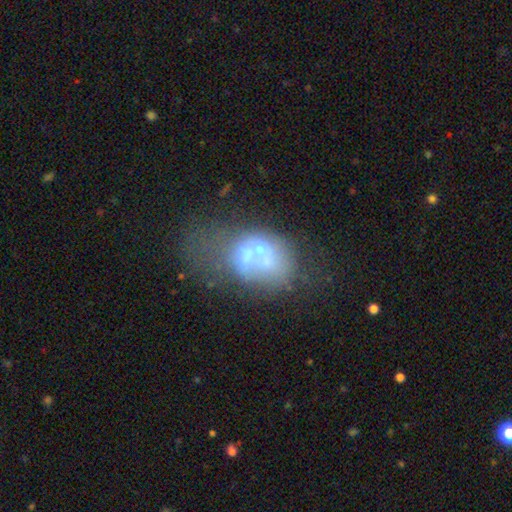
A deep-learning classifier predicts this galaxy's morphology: Q: Smooth or featured?
A: featured or disk (49%); runner-up: smooth (37%)
Q: Merging?
A: merger (43%); runner-up: major disturbance (22%)